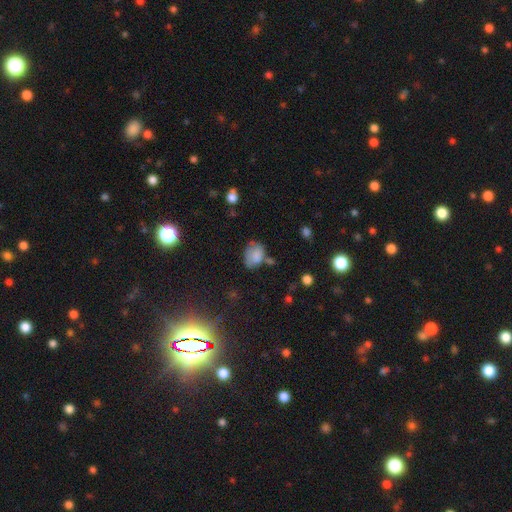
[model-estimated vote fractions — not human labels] The model was most divided on "merging": none: 49%, minor disturbance: 30%, merger: 11%, major disturbance: 11%. More confident: smooth or featured — smooth (78%); how rounded — in between (75%).